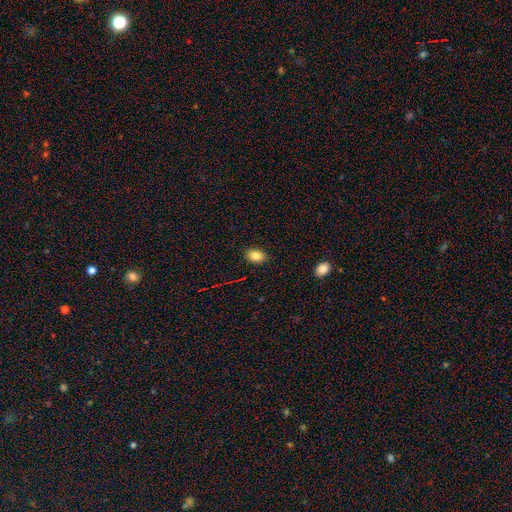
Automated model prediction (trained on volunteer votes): The model was most divided on "how rounded": in between: 83%, round: 16%, cigar-shaped: 1%. More confident: merging — none (87%); smooth or featured — smooth (84%).